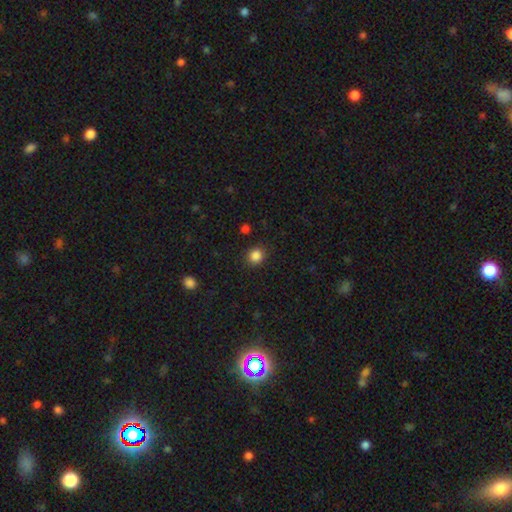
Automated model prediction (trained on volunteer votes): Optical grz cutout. It shows a smooth galaxy with no disk features (86%) that is round (85%). Merging: none (89%).